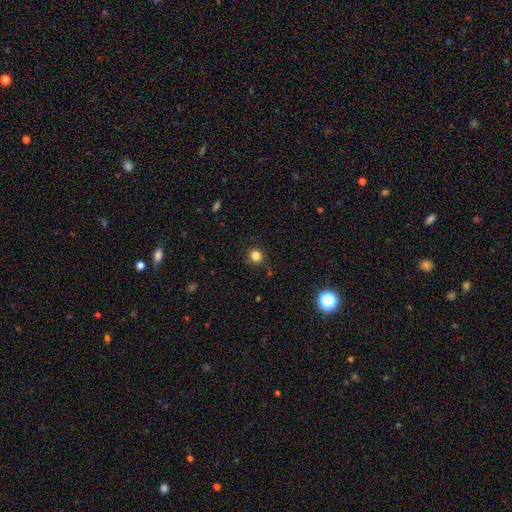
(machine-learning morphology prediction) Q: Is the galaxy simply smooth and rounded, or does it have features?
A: smooth — 82%.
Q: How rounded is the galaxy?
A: round — 89%.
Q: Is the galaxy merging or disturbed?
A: none — 84%.